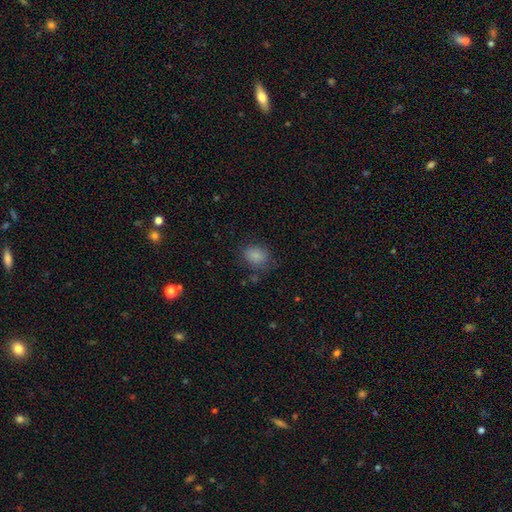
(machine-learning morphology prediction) Smooth or featured? Predicted: smooth (p=0.85). How rounded? Predicted: in between (p=0.59). Merging? Predicted: none (p=0.72).